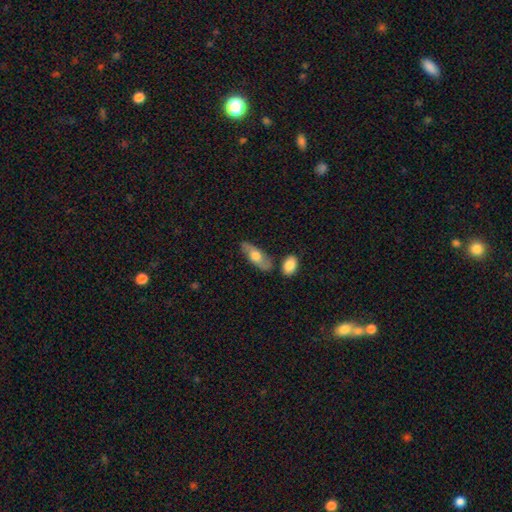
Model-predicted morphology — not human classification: Smooth or featured: smooth — 56% (featured or disk — 38%)
How rounded: in between — 72% (cigar-shaped — 25%)
Merging: none — 73% (minor disturbance — 15%)